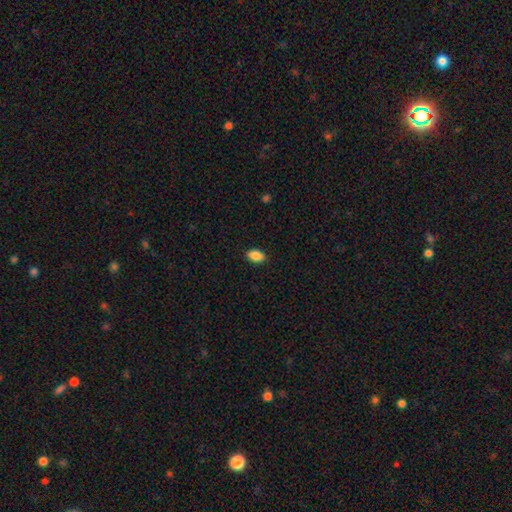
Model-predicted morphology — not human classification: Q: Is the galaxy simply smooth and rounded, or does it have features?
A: smooth — 89%.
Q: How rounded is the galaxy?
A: in between — 90%.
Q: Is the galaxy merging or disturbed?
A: none — 89%.